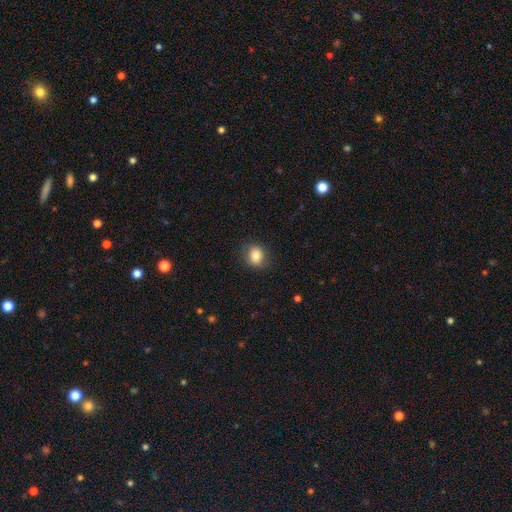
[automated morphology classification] Q: Smooth or featured?
A: smooth (83%); runner-up: star or artifact (10%)
Q: How rounded?
A: round (62%); runner-up: in between (37%)
Q: Merging?
A: none (83%); runner-up: minor disturbance (13%)